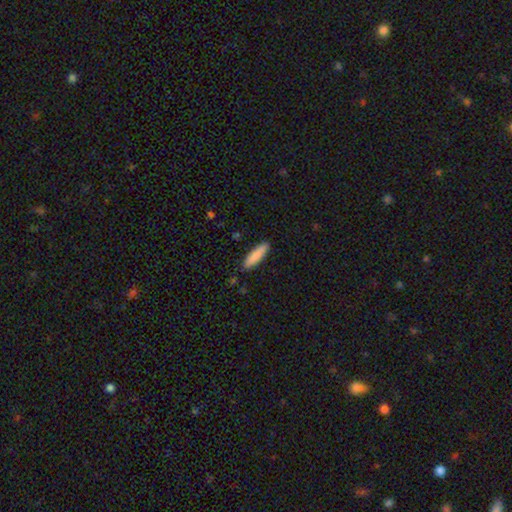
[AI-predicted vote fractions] This is clearly a smooth galaxy (84%). How rounded: likely cigar-shaped (75%). Merging: clearly none (88%).